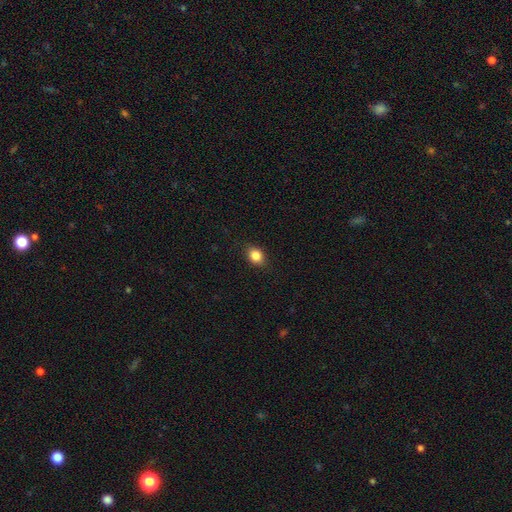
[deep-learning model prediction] This appears to be a smooth galaxy with no disk features (85%) that is in between round and cigar-shaped (54%). Merging: none (86%).